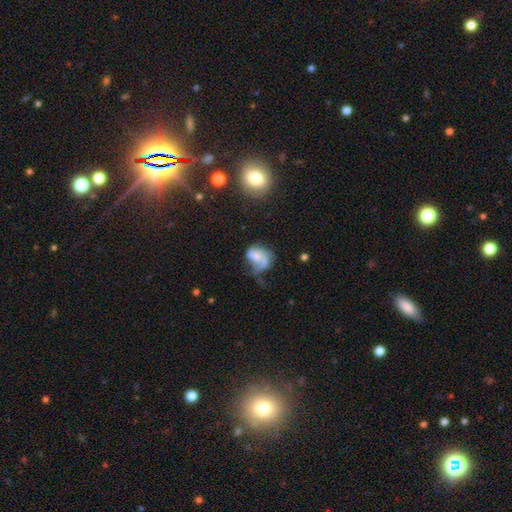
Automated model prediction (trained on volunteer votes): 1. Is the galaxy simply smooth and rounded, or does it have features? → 59% featured or disk, 31% smooth, 10% star or artifact.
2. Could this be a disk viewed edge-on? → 97% no, 3% yes.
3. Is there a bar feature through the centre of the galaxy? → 71% no, 24% weak, 5% strong.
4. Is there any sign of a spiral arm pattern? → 75% yes, 25% no.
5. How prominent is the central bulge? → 46% small, 35% moderate, 14% none, 4% large, 2% dominant.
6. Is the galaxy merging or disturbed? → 35% major disturbance, 30% none, 24% minor disturbance, 11% merger.